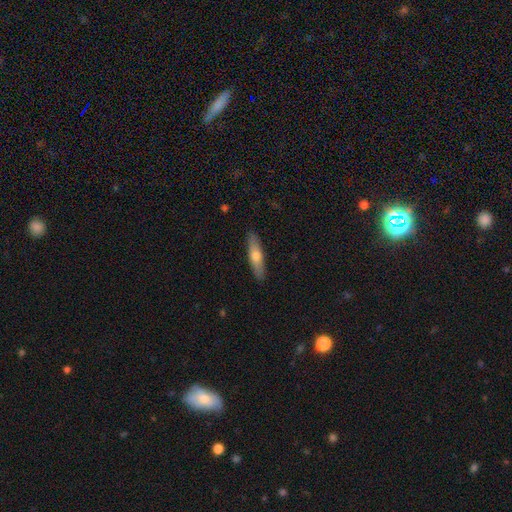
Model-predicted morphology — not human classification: Q: Smooth or featured?
A: smooth (61%); runner-up: featured or disk (33%)
Q: How rounded?
A: cigar-shaped (69%); runner-up: in between (29%)
Q: Merging?
A: none (89%); runner-up: minor disturbance (8%)